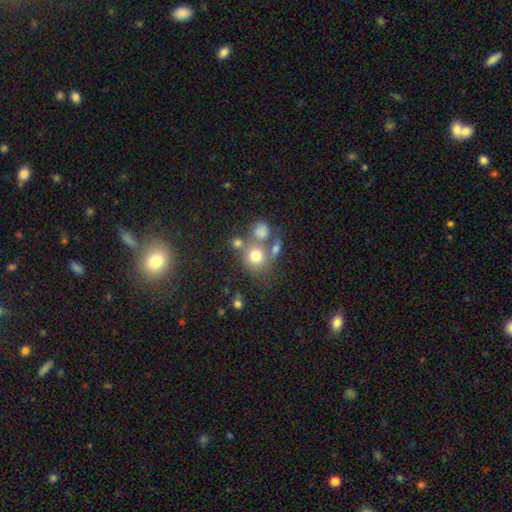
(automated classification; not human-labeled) smooth-or-featured: smooth: 71% | featured or disk: 14% | star or artifact: 14%
  how-rounded: round: 80% | in between: 19% | cigar-shaped: 1%
  merging: none: 49% | merger: 31% | minor disturbance: 12% | major disturbance: 8%